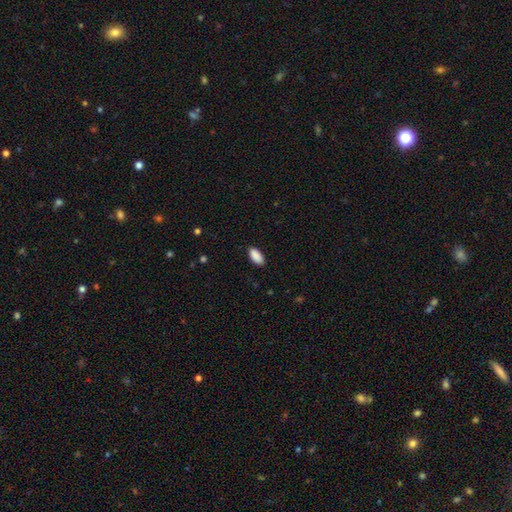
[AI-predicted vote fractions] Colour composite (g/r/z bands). It shows a smooth galaxy with no disk features (91%) that is in between round and cigar-shaped (90%). Merging: none (87%).